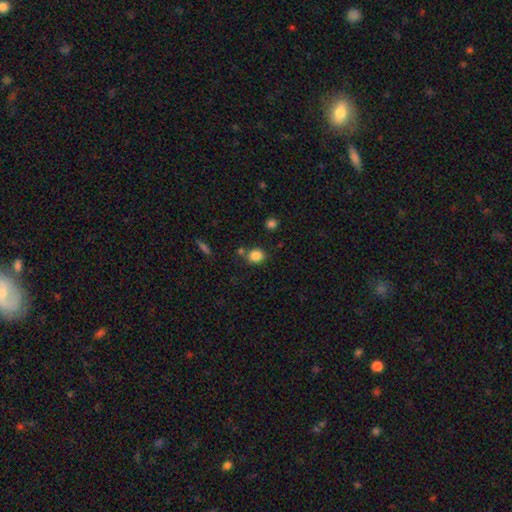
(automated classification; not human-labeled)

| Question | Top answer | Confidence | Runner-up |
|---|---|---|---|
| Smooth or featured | smooth | 84% | star or artifact (11%) |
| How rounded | round | 66% | in between (33%) |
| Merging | none | 74% | minor disturbance (12%) |